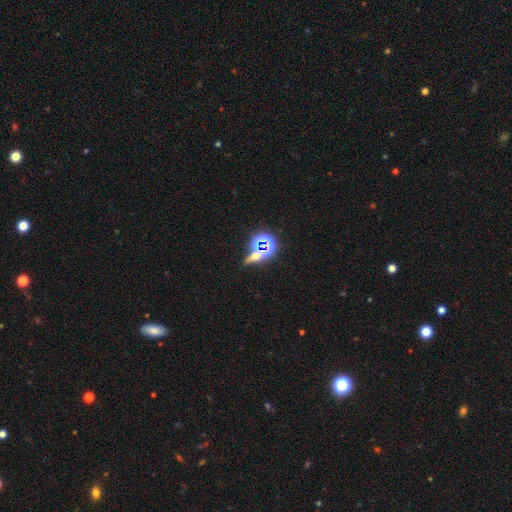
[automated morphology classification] Q: Smooth or featured?
A: star or artifact (51%); runner-up: smooth (28%)